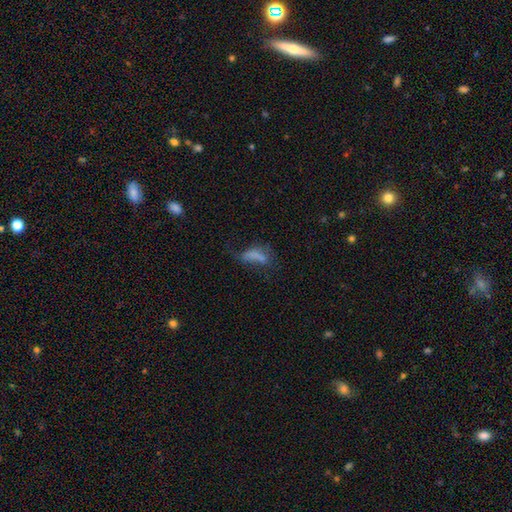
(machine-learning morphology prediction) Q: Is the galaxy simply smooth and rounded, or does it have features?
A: smooth — 58%.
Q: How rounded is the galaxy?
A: in between — 69%.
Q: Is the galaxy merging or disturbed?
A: major disturbance — 41%.